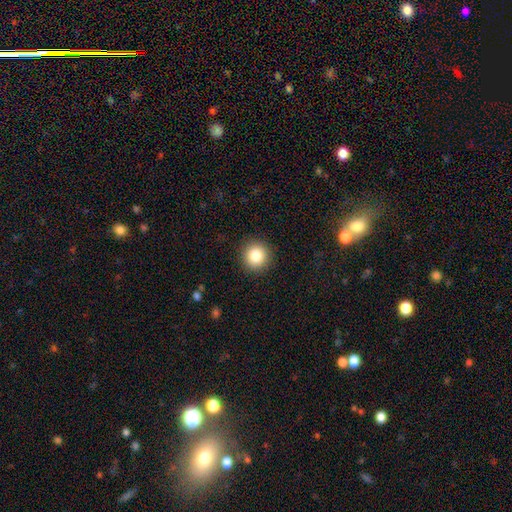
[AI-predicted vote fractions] The model was most divided on "smooth or featured": smooth: 84%, star or artifact: 10%, featured or disk: 6%. More confident: how rounded — round (94%); merging — none (92%).